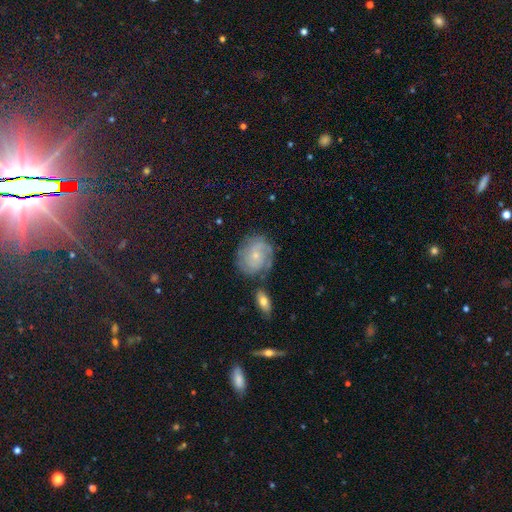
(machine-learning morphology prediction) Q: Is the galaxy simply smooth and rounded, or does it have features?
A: featured or disk — 70%.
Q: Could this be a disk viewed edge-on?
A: no — 97%.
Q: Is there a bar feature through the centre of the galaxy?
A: no — 75%.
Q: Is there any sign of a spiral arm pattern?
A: yes — 91%.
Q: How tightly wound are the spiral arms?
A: tight — 59%.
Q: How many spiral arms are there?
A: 2 — 34%.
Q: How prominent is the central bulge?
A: small — 77%.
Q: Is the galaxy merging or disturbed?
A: none — 71%.